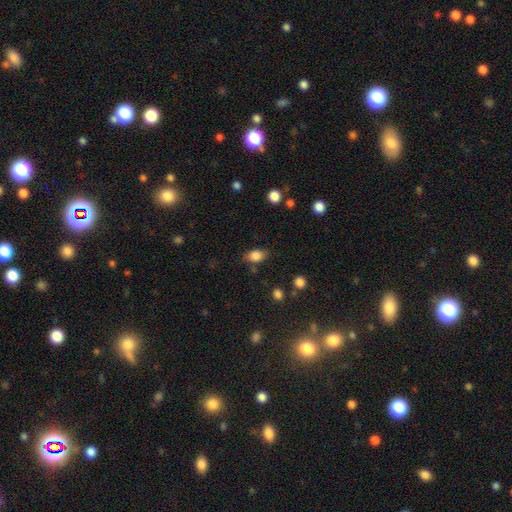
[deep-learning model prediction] Overall: smooth (84%). How rounded: in between (81%). Merging: none (77%).